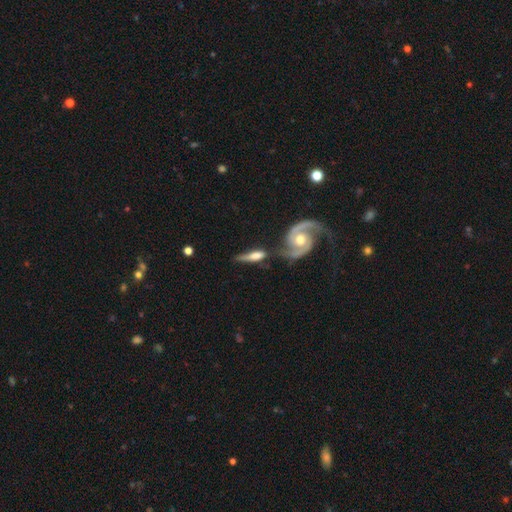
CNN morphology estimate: type=featured or disk (58%); edge-on=no (56%); merging=none (43%).